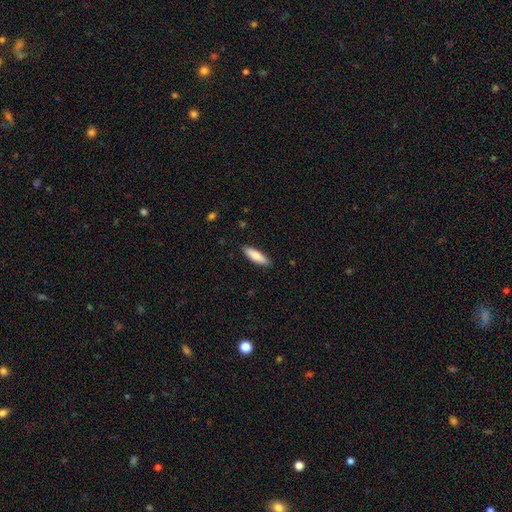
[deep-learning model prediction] smooth 82%, featured or disk 13%, star or artifact 5%. Down the decision tree: how rounded — cigar-shaped (57%); merging — none (89%).